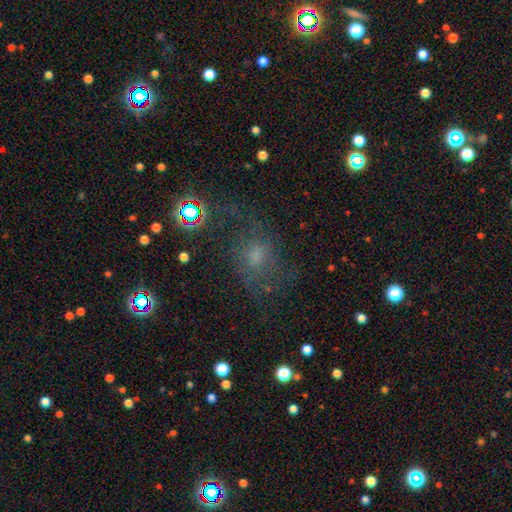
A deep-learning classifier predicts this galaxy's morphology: This is marginally a smooth galaxy (41%). Merging: possibly none (57%).